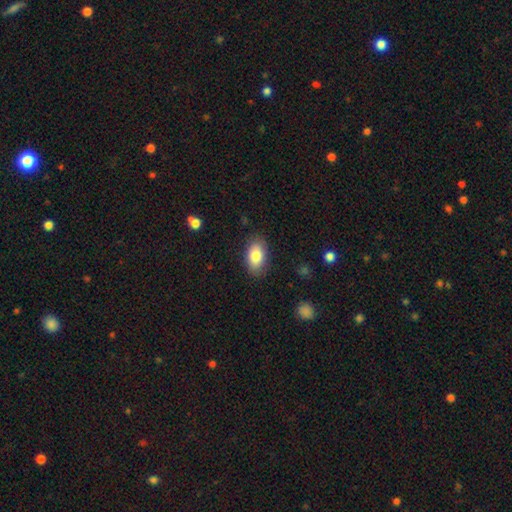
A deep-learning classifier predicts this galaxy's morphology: smooth_or_featured: smooth (p=0.81) [alt: featured or disk p=0.12]
how_rounded: in between (p=0.92) [alt: round p=0.06]
merging: none (p=0.85) [alt: minor disturbance p=0.11]